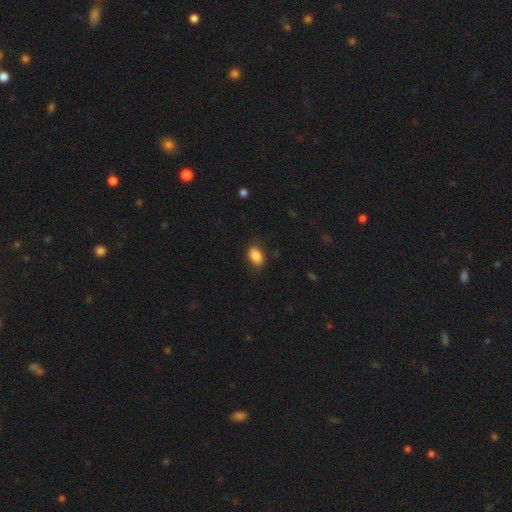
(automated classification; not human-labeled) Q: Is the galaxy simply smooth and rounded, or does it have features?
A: smooth — 86%.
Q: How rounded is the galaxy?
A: in between — 88%.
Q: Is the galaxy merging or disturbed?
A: none — 80%.